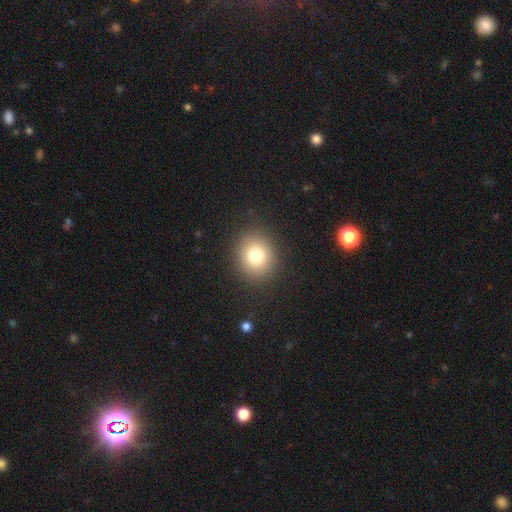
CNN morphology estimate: Smooth or featured?
  - smooth: 79% *
  - star or artifact: 12%
  - featured or disk: 9%
How rounded?
  - round: 79% *
  - in between: 20%
  - cigar-shaped: 1%
Merging?
  - none: 89% *
  - minor disturbance: 7%
  - major disturbance: 3%
  - merger: 1%